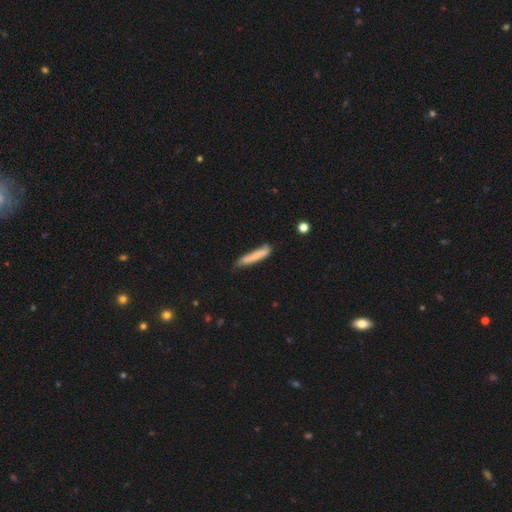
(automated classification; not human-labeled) smooth-or-featured: smooth: 77% | featured or disk: 16% | star or artifact: 6%
  how-rounded: cigar-shaped: 91% | in between: 8% | round: 1%
  merging: none: 63% | minor disturbance: 27% | major disturbance: 6% | merger: 4%